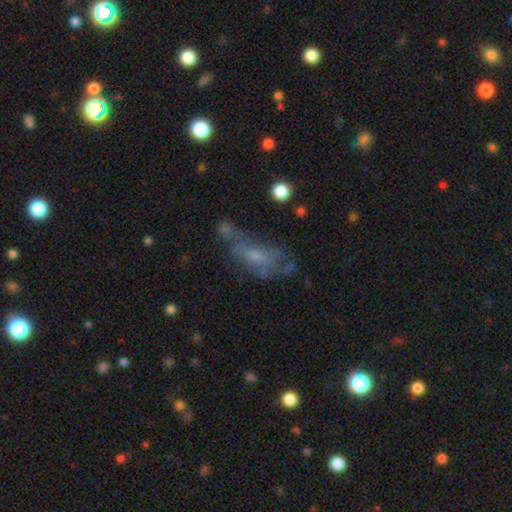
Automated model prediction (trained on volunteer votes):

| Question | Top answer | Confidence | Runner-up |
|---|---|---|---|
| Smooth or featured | featured or disk | 48% | smooth (33%) |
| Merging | none | 37% | major disturbance (29%) |